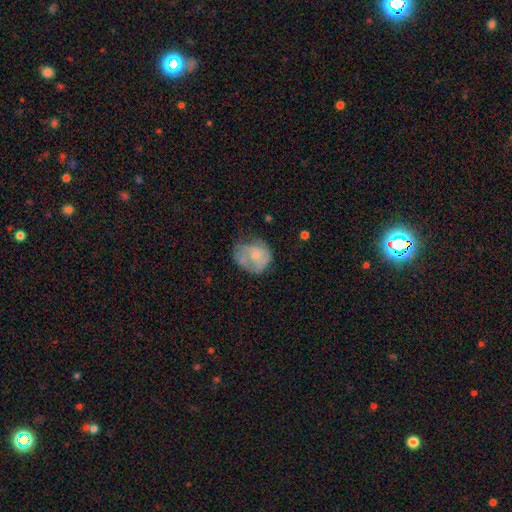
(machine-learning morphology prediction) Smooth or featured?
  - smooth: 48% *
  - featured or disk: 45%
  - star or artifact: 8%
Merging?
  - none: 44% *
  - minor disturbance: 30%
  - major disturbance: 22%
  - merger: 5%